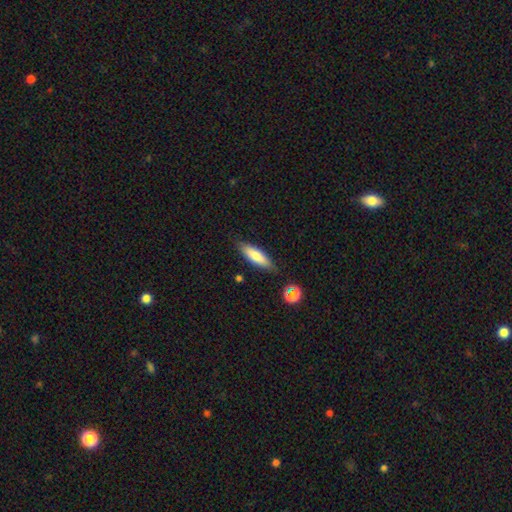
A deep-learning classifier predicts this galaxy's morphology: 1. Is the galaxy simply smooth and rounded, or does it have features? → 74% smooth, 19% featured or disk, 7% star or artifact.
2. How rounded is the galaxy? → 56% cigar-shaped, 43% in between, 2% round.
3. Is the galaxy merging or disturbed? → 81% none, 14% minor disturbance, 3% merger, 3% major disturbance.